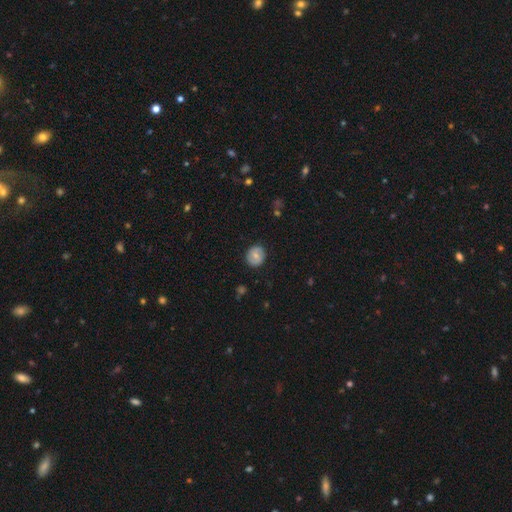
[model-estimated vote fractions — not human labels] This appears to be a smooth galaxy with no disk features (59%) that is round (76%). Merging: none (84%).